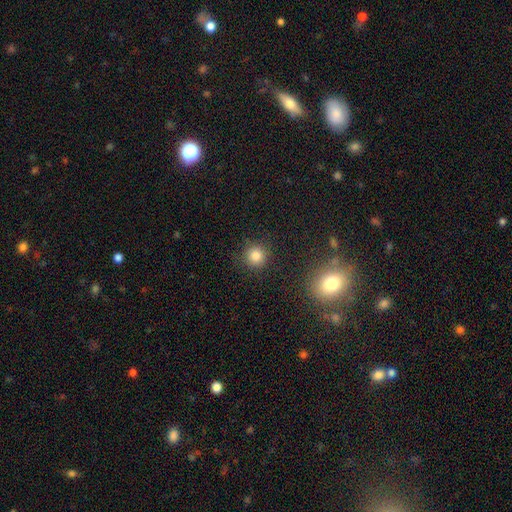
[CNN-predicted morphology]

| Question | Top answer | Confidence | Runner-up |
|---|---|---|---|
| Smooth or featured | smooth | 83% | star or artifact (12%) |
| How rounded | round | 94% | in between (5%) |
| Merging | none | 89% | minor disturbance (7%) |